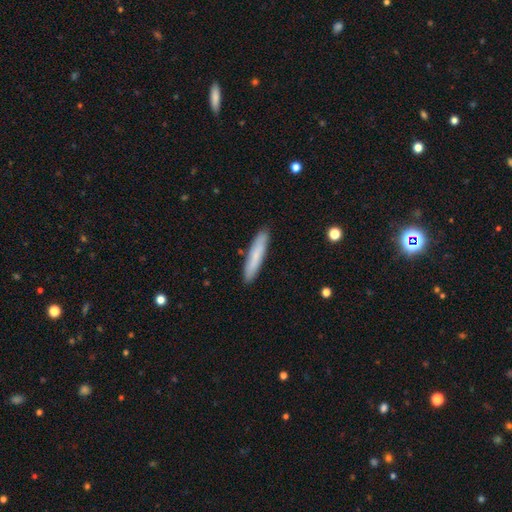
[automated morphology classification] A smooth galaxy with no disk features (73%) that is cigar-shaped (89%).

Vote fractions:
- Smooth or featured? smooth: 73% / featured or disk: 21% / star or artifact: 6%
- How rounded? cigar-shaped: 89% / in between: 9% / round: 1%
- Merging? none: 89% / minor disturbance: 8% / major disturbance: 2% / merger: 1%